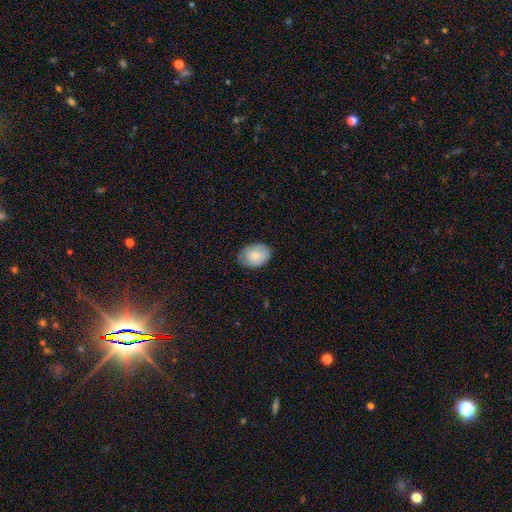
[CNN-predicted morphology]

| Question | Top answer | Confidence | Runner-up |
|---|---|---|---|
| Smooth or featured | smooth | 76% | featured or disk (17%) |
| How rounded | in between | 66% | round (33%) |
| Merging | none | 70% | minor disturbance (24%) |